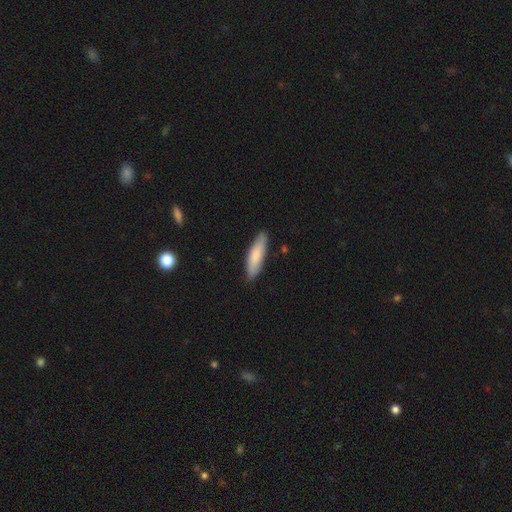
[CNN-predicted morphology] smooth_or_featured: smooth (p=0.80) [alt: featured or disk p=0.15]
how_rounded: cigar-shaped (p=0.64) [alt: in between p=0.35]
merging: none (p=0.85) [alt: minor disturbance p=0.12]